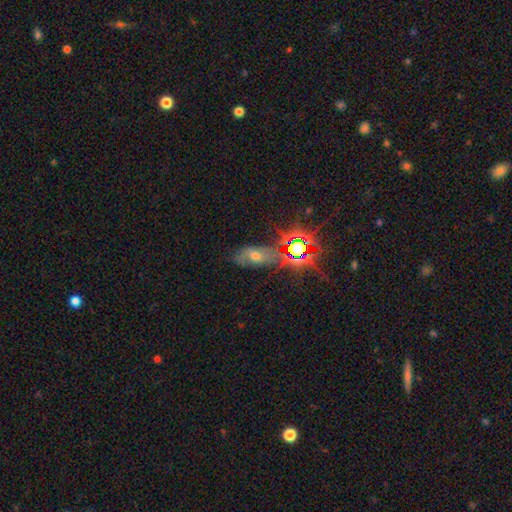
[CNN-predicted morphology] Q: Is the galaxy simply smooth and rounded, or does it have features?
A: star or artifact — 38%.